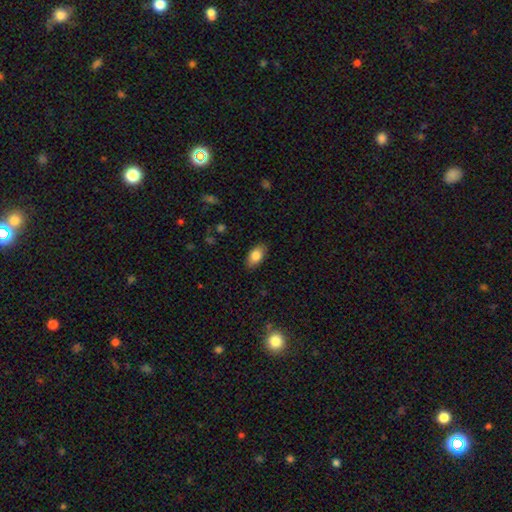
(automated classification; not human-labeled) Overall: smooth (82%). How rounded: in between (91%). Merging: none (87%).